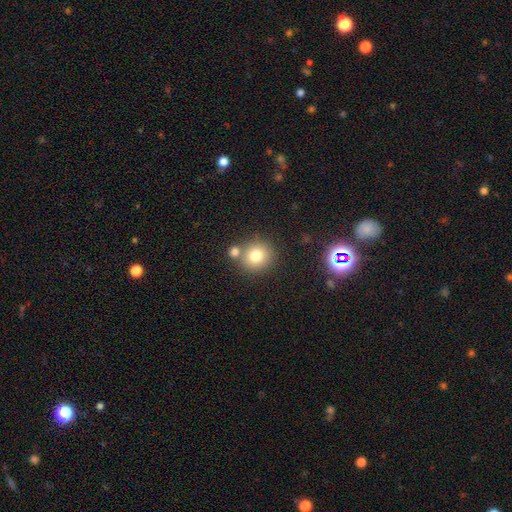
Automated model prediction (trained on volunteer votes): The model was most divided on "merging": none: 70%, merger: 18%, minor disturbance: 9%, major disturbance: 3%. More confident: how rounded — round (89%); smooth or featured — smooth (77%).